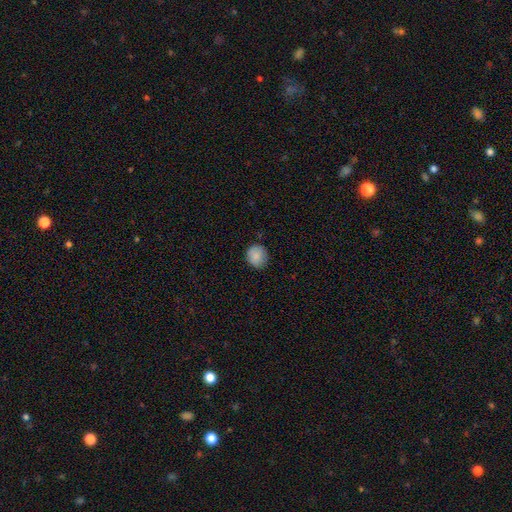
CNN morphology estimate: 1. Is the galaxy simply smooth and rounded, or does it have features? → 85% smooth, 8% star or artifact, 7% featured or disk.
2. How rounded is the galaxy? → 77% round, 22% in between, 1% cigar-shaped.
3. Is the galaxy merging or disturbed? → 80% none, 16% minor disturbance, 3% major disturbance, 1% merger.